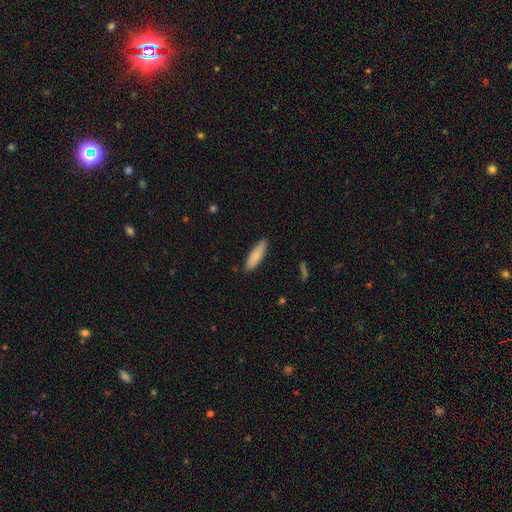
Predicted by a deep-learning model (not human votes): Smooth or featured: smooth — 86% (featured or disk — 8%)
How rounded: cigar-shaped — 57% (in between — 42%)
Merging: none — 87% (minor disturbance — 10%)